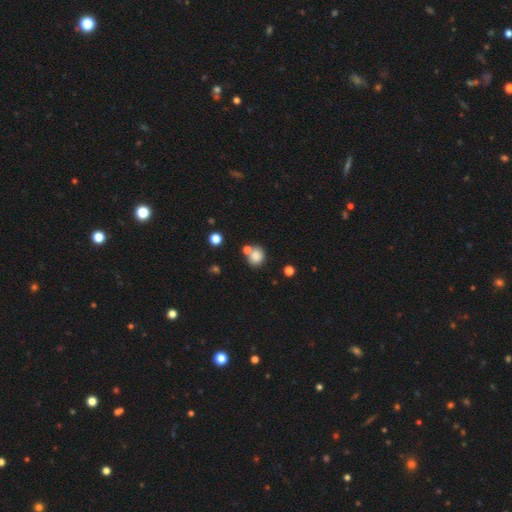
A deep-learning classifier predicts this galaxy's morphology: Smooth or featured? smooth (82%)
How rounded? round (76%)
Merging? none (58%)